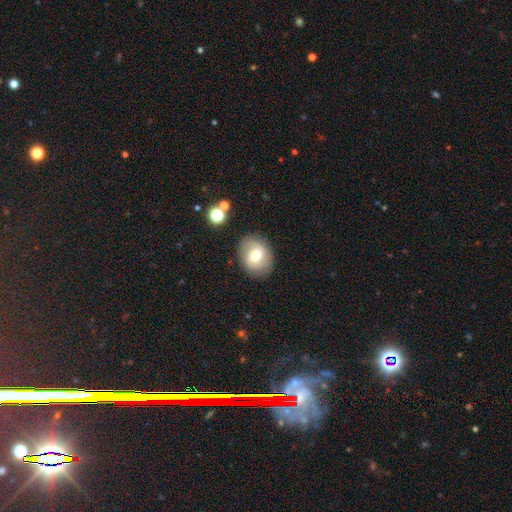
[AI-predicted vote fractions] Smooth or featured: smooth — 66% (featured or disk — 25%)
How rounded: in between — 50% (round — 49%)
Merging: none — 84% (minor disturbance — 11%)